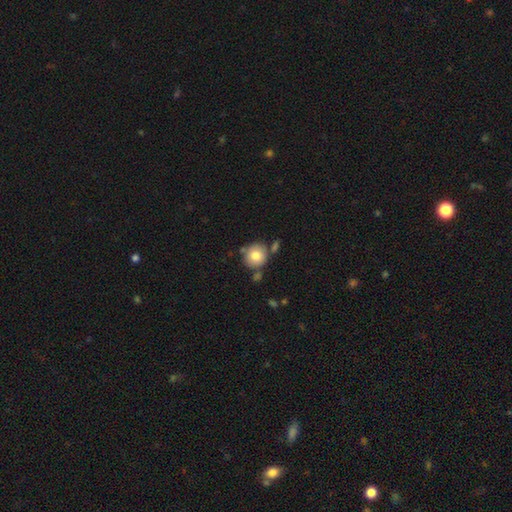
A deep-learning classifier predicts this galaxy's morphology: The model was most divided on "merging": none: 70%, minor disturbance: 14%, merger: 13%, major disturbance: 4%. More confident: how rounded — round (89%); smooth or featured — smooth (78%).